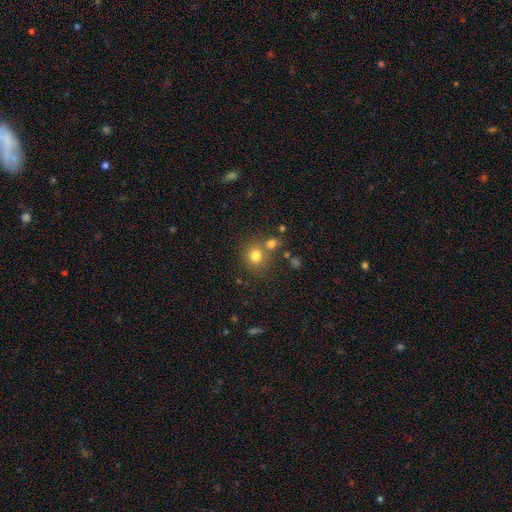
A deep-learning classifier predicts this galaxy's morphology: A smooth galaxy with no disk features (77%) that is round (85%).

Vote fractions:
- Smooth or featured? smooth: 77% / star or artifact: 14% / featured or disk: 9%
- How rounded? round: 85% / in between: 14% / cigar-shaped: 1%
- Merging? none: 62% / merger: 26% / minor disturbance: 9% / major disturbance: 4%